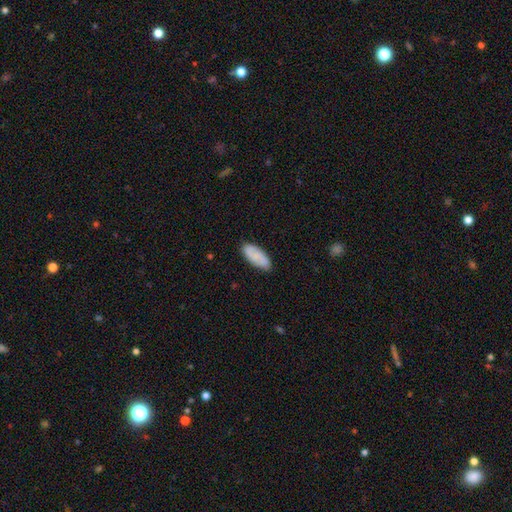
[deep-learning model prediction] Smooth or featured? smooth (74%)
How rounded? in between (85%)
Merging? none (81%)